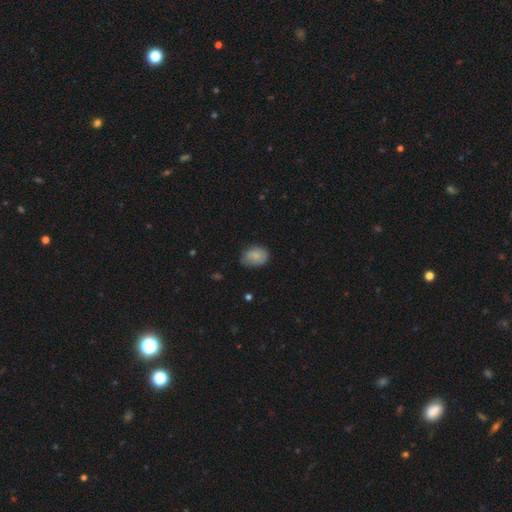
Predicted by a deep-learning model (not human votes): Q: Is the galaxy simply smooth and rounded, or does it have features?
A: smooth — 80%.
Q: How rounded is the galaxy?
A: in between — 71%.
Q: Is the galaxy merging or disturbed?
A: none — 64%.